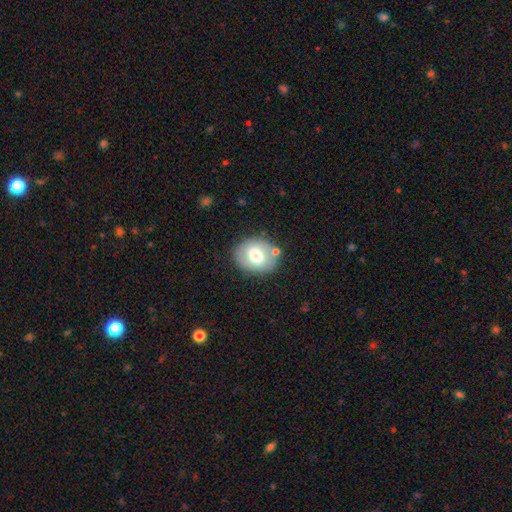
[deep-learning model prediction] Overall: smooth (66%; featured or disk 26%). How rounded: in between (53%; round 46%). Merging: none (75%).